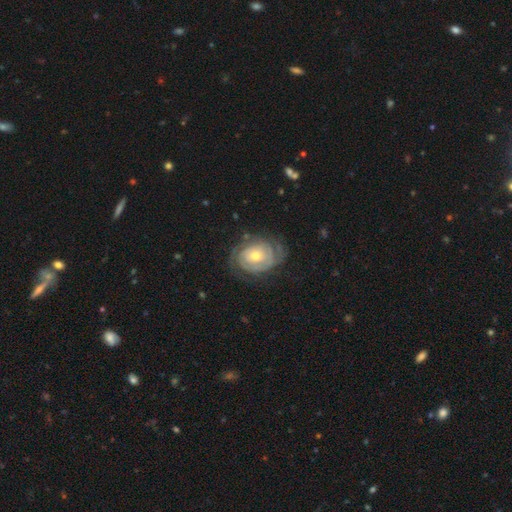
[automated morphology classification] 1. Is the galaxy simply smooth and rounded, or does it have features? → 81% featured or disk, 14% smooth, 5% star or artifact.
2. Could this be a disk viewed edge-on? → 97% no, 3% yes.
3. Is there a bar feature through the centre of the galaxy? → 75% no, 20% weak, 5% strong.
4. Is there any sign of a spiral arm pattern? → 89% yes, 11% no.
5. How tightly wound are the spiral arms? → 78% tight, 16% medium, 5% loose.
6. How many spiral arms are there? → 39% can't tell, 34% 2, 12% 3, 6% 1, 5% 4, 4% more than 4.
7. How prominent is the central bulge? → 55% moderate, 40% small, 3% large, 1% none, 1% dominant.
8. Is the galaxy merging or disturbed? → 72% none, 18% minor disturbance, 9% major disturbance, 1% merger.